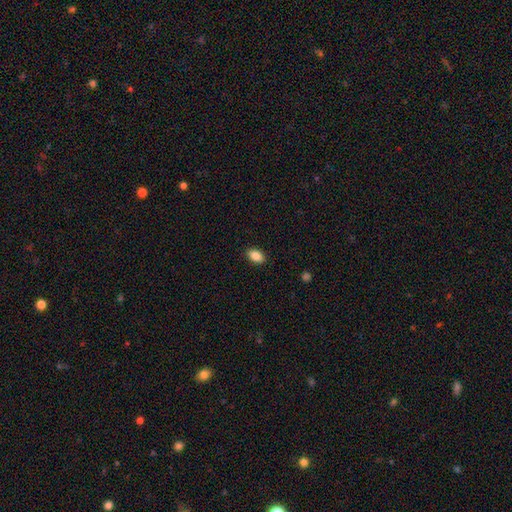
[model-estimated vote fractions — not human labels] Q: Smooth or featured?
A: smooth (87%); runner-up: star or artifact (8%)
Q: How rounded?
A: in between (88%); runner-up: round (10%)
Q: Merging?
A: none (89%); runner-up: minor disturbance (8%)